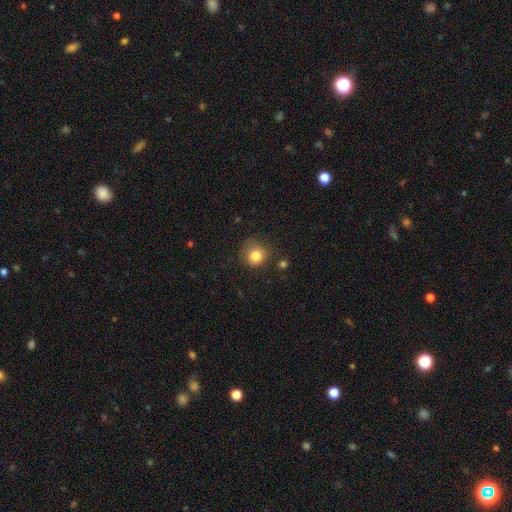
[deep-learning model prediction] Smooth or featured?
  - smooth: 82% *
  - star or artifact: 11%
  - featured or disk: 7%
How rounded?
  - round: 89% *
  - in between: 10%
  - cigar-shaped: 1%
Merging?
  - none: 75% *
  - minor disturbance: 17%
  - major disturbance: 5%
  - merger: 3%